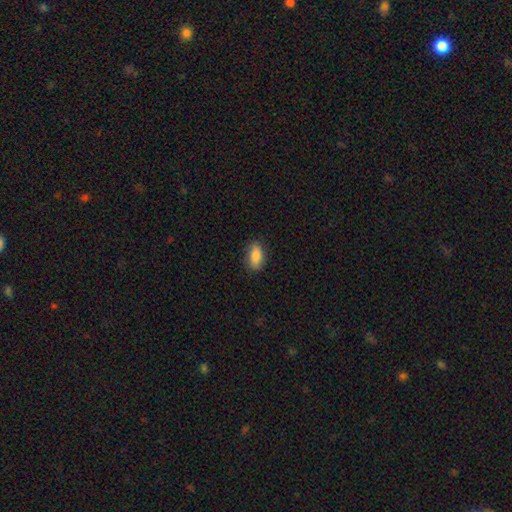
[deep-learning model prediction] smooth 84%, featured or disk 9%, star or artifact 7%. Down the decision tree: how rounded — in between (88%); merging — none (85%).